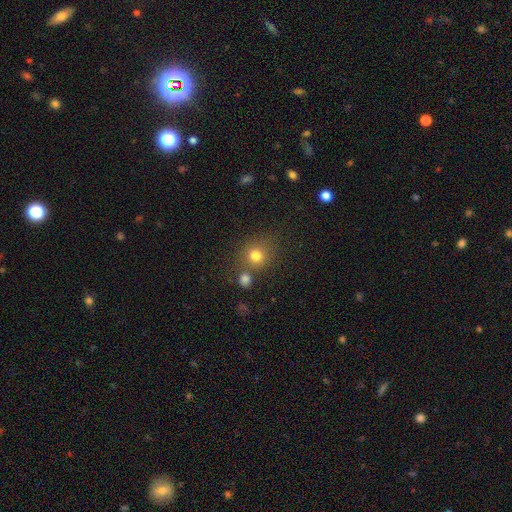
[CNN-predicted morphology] Smooth or featured? Predicted: smooth (p=0.77). How rounded? Predicted: round (p=0.85). Merging? Predicted: none (p=0.67).